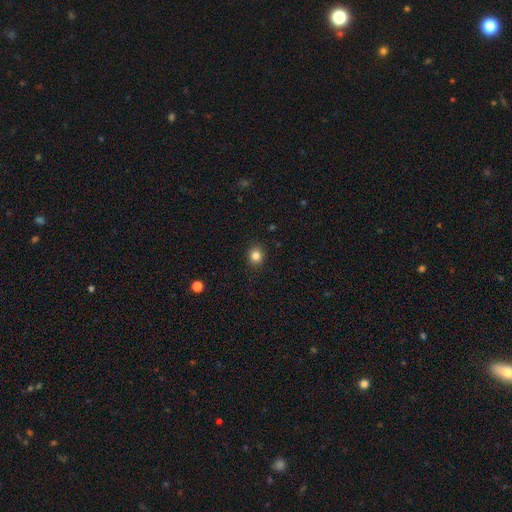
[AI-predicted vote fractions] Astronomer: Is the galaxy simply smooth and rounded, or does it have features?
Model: smooth — 83%.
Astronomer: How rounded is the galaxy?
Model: round — 80%.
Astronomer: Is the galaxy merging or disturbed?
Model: none — 91%.